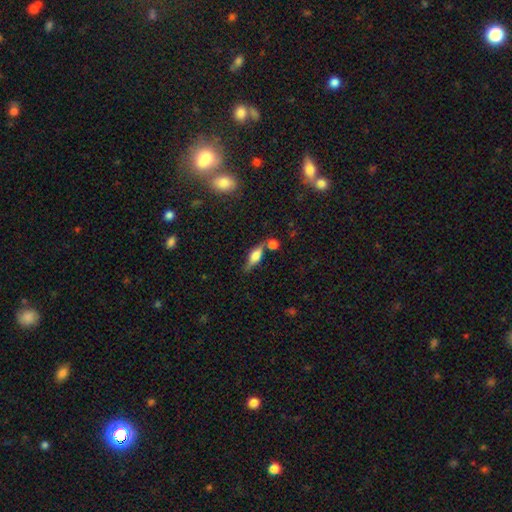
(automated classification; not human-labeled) featured or disk 52%, smooth 39%, star or artifact 9%. Down the decision tree: edge-on disk — yes (91%); merging — none (65%).